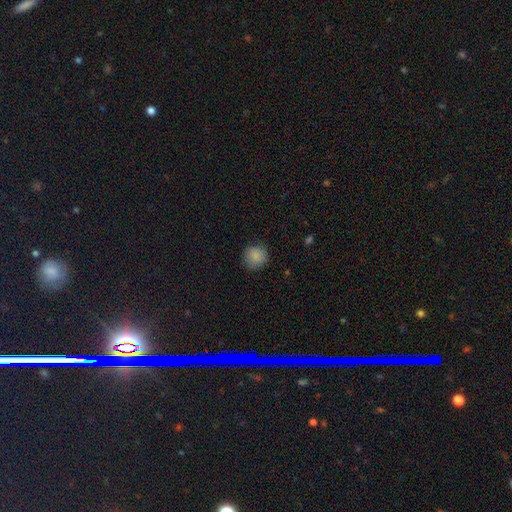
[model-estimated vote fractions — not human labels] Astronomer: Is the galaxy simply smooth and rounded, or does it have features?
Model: smooth — 86%.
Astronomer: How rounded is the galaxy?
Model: round — 91%.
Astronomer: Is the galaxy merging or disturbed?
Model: none — 84%.